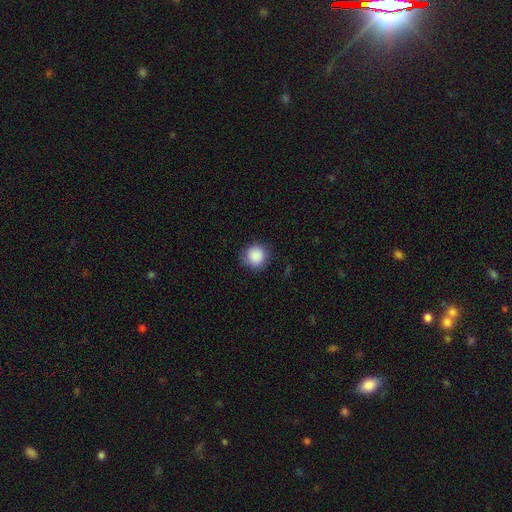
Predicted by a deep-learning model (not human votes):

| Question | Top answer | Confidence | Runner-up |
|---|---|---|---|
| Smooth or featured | smooth | 88% | star or artifact (8%) |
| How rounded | round | 93% | in between (6%) |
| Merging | none | 85% | minor disturbance (11%) |